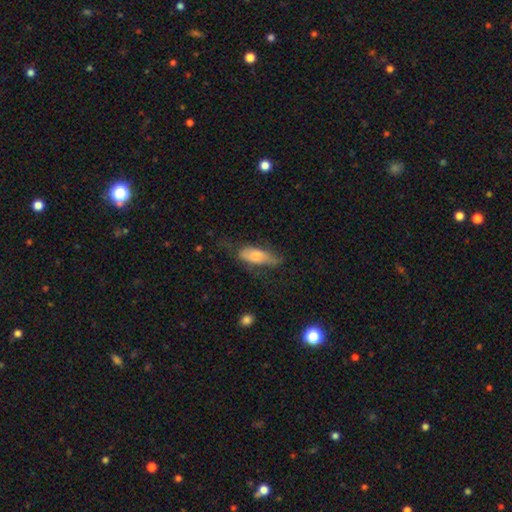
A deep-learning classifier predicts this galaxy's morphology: Smooth or featured? smooth (70%)
How rounded? in between (70%)
Merging? none (47%)